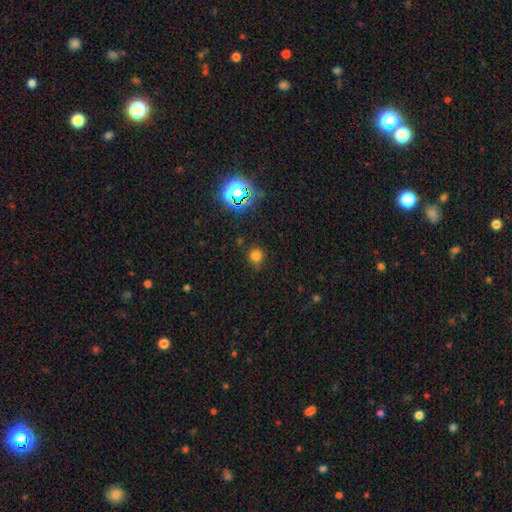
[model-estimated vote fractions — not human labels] Smooth or featured: smooth — 73% (star or artifact — 22%)
How rounded: round — 90% (in between — 9%)
Merging: none — 81% (minor disturbance — 13%)